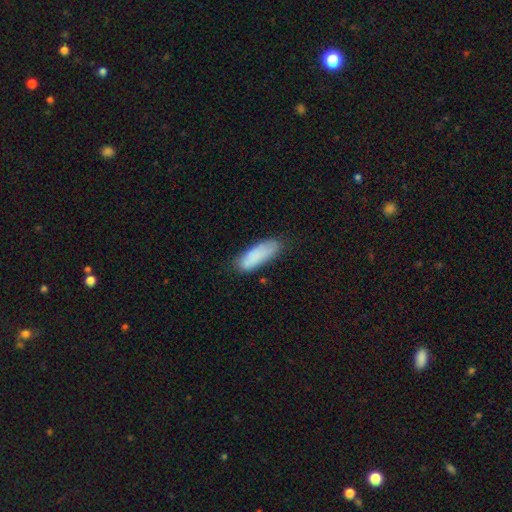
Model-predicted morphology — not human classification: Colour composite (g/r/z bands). It shows a smooth galaxy with no disk features (83%) that is in between round and cigar-shaped (58%). Merging: none (71%).